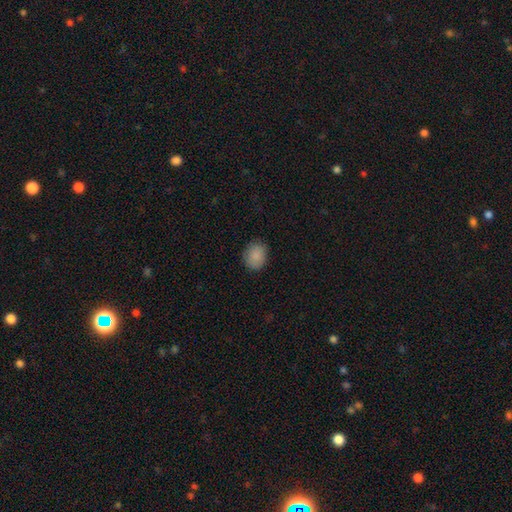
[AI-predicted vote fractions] A smooth galaxy with no disk features (88%) that is round (54%). Merging: none (84%).